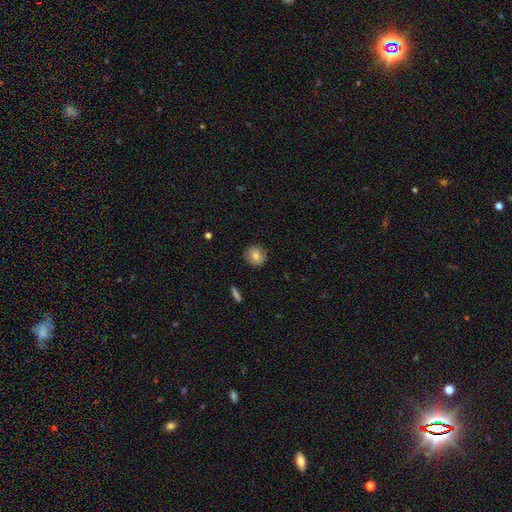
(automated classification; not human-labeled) This is likely a smooth galaxy (78%). How rounded: clearly round (87%). Merging: clearly none (88%).